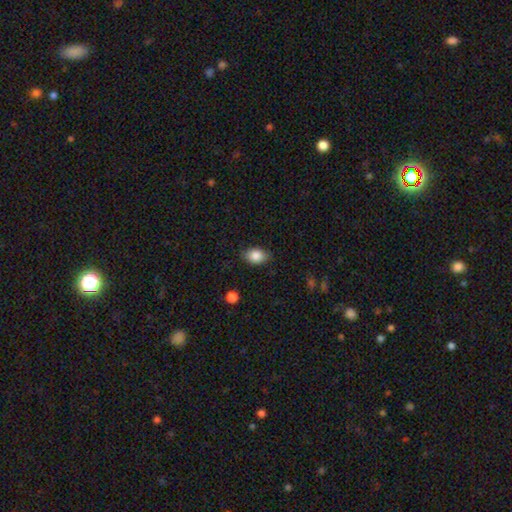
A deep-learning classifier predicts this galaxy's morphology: Overall: smooth (86%). How rounded: in between (79%). Merging: none (82%).